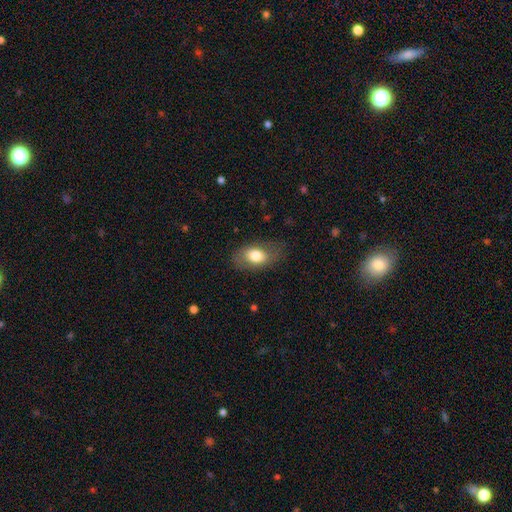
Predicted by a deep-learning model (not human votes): Morphology: type=smooth (74%); roundness=in between (88%); merging=none (72%).